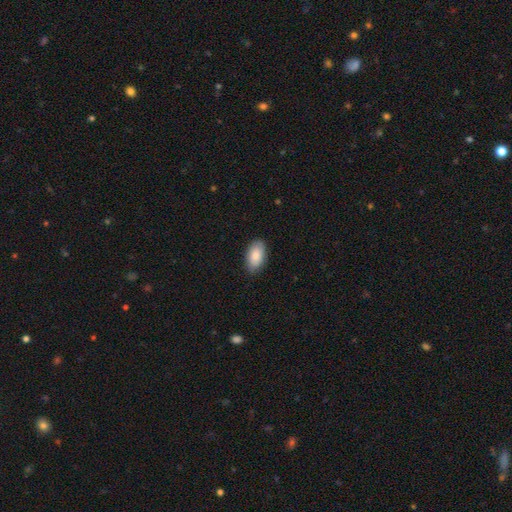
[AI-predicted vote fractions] A smooth galaxy with no disk features (85%) that is in between round and cigar-shaped (94%). Merging: none (86%).